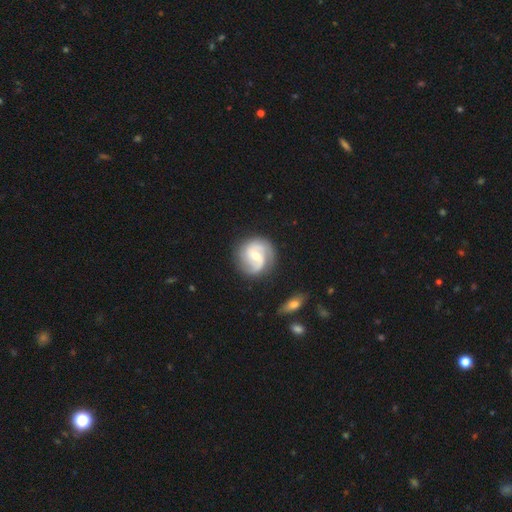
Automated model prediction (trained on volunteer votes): Smooth or featured: featured or disk — 83% (smooth — 12%)
Edge-on disk: no — 98% (yes — 2%)
Bar: weak — 48% (no — 41%)
Spiral arms: yes — 96% (no — 4%)
Spiral winding: medium — 49% (tight — 34%)
Spiral arm count: 2 — 80% (3 — 7%)
Bulge size: moderate — 54% (small — 41%)
Merging: none — 79% (minor disturbance — 13%)